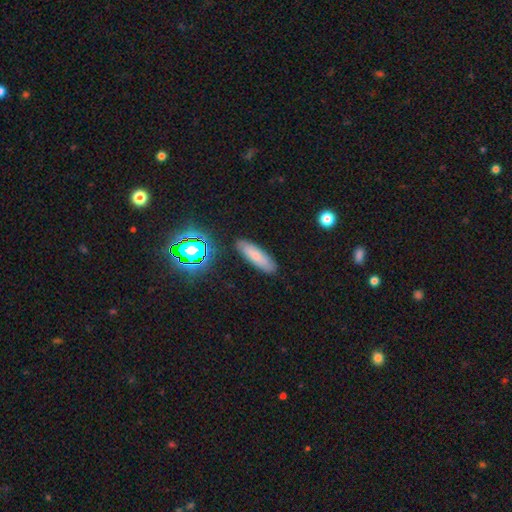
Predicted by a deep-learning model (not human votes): Smooth or featured: smooth — 69% (featured or disk — 18%)
How rounded: cigar-shaped — 56% (in between — 42%)
Merging: none — 86% (minor disturbance — 10%)